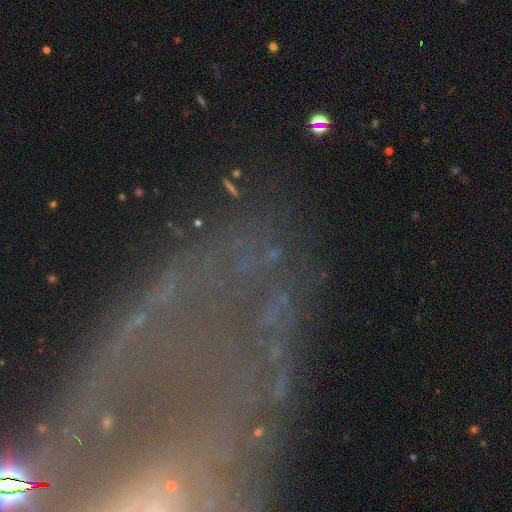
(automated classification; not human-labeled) featured or disk 46%, star or artifact 38%, smooth 16%. Down the decision tree: merging — none (70%).